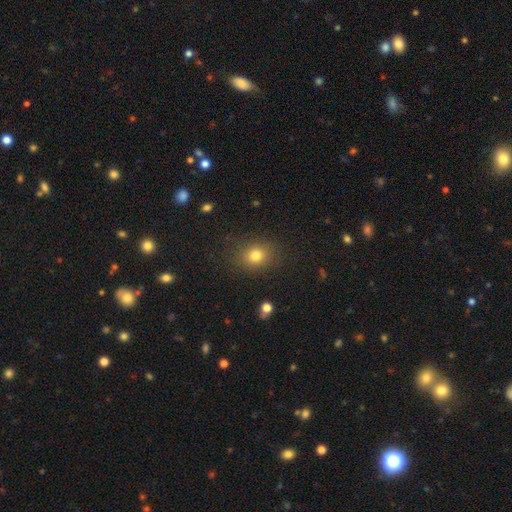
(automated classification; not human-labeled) Smooth or featured?
  - smooth: 79% *
  - star or artifact: 13%
  - featured or disk: 8%
How rounded?
  - round: 61% *
  - in between: 38%
  - cigar-shaped: 1%
Merging?
  - none: 83% *
  - minor disturbance: 11%
  - major disturbance: 4%
  - merger: 2%